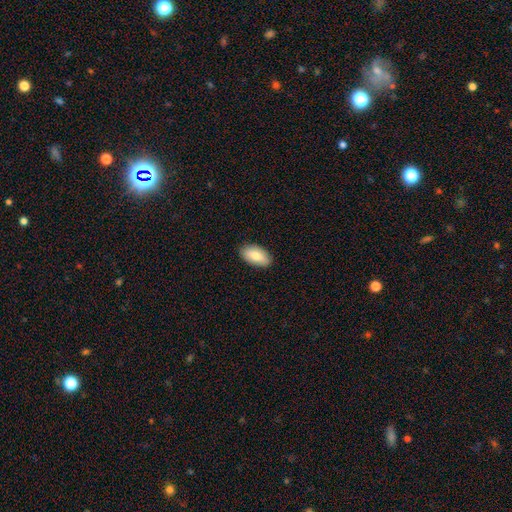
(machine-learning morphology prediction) Q: Smooth or featured?
A: smooth (78%); runner-up: featured or disk (16%)
Q: How rounded?
A: in between (94%); runner-up: round (3%)
Q: Merging?
A: none (88%); runner-up: minor disturbance (9%)